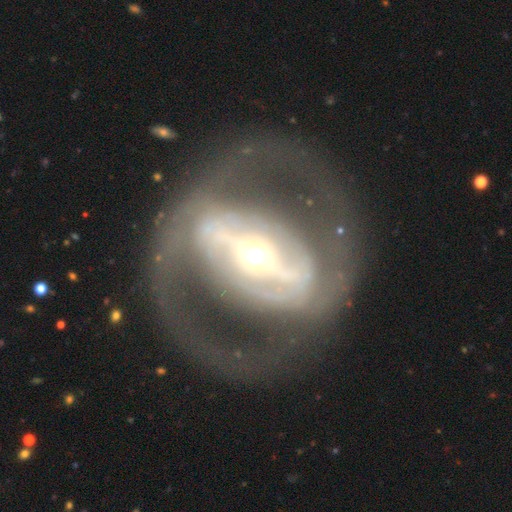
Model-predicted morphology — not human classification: Smooth or featured? Predicted: featured or disk (p=0.85). Edge-on disk? Predicted: no (p=0.92). Bar? Predicted: strong (p=0.65). Spiral arms? Predicted: yes (p=0.59). Bulge size? Predicted: small (p=0.46). Merging? Predicted: none (p=0.69).